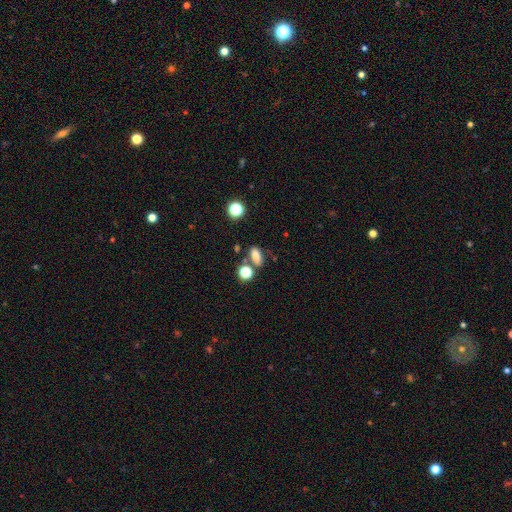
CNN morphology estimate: This appears to be a smooth galaxy with no disk features (80%) that is in between round and cigar-shaped (80%). Merging: none (69%).